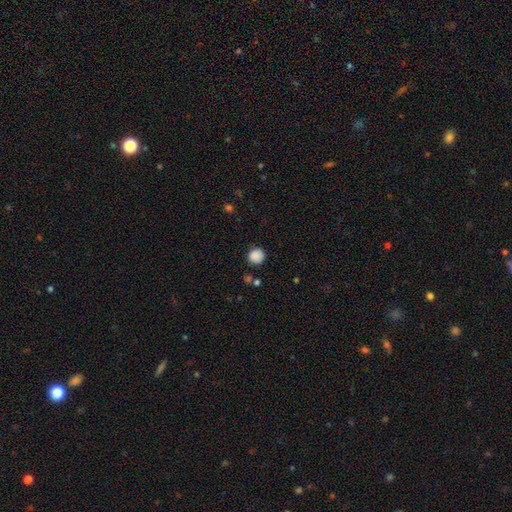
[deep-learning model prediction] Smooth or featured?
  - smooth: 87% *
  - star or artifact: 10%
  - featured or disk: 3%
How rounded?
  - round: 89% *
  - in between: 10%
  - cigar-shaped: 1%
Merging?
  - none: 81% *
  - minor disturbance: 12%
  - major disturbance: 3%
  - merger: 3%